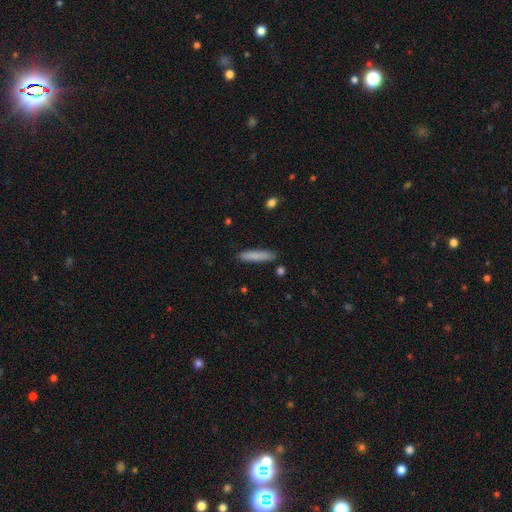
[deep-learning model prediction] This is clearly a smooth galaxy (82%). How rounded: clearly cigar-shaped (88%). Merging: clearly none (86%).